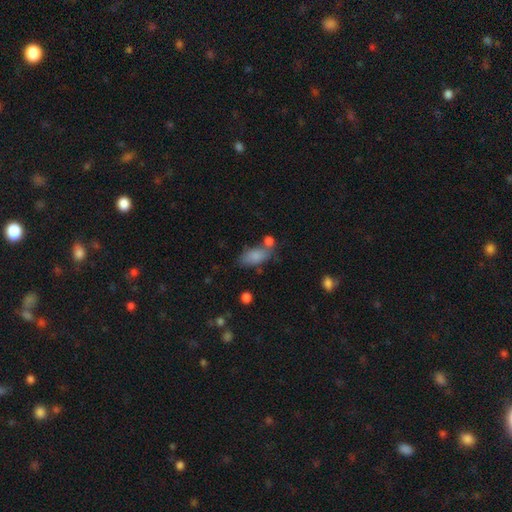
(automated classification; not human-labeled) A smooth galaxy with no disk features (82%) that is in between round and cigar-shaped (88%).

Vote fractions:
- Smooth or featured? smooth: 82% / featured or disk: 10% / star or artifact: 8%
- How rounded? in between: 88% / cigar-shaped: 8% / round: 5%
- Merging? none: 51% / merger: 21% / minor disturbance: 20% / major disturbance: 8%